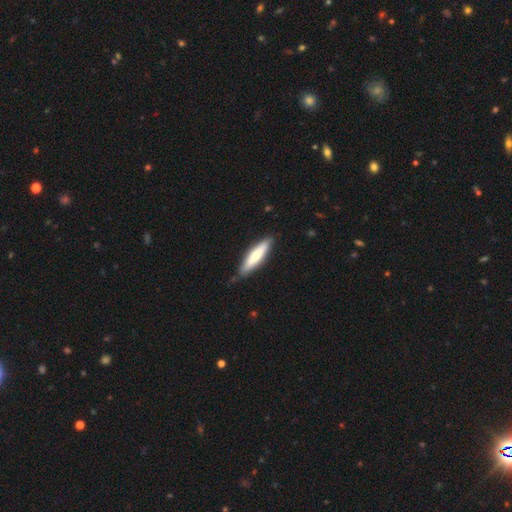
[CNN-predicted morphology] A smooth galaxy with no disk features (58%) that is cigar-shaped (76%). Merging: none (85%).